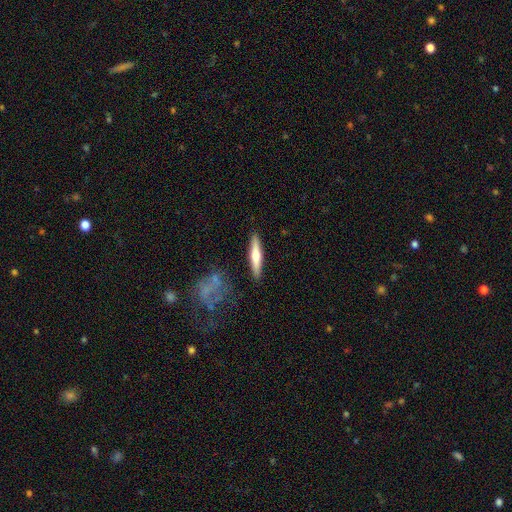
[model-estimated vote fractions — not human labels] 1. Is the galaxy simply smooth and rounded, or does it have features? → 54% smooth, 40% featured or disk, 6% star or artifact.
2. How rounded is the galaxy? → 87% cigar-shaped, 11% in between, 2% round.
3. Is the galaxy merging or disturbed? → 88% none, 8% minor disturbance, 2% merger, 2% major disturbance.